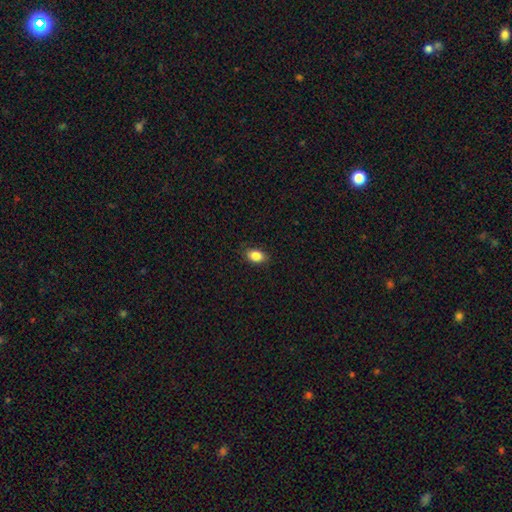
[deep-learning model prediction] smooth_or_featured: smooth (p=0.86) [alt: star or artifact p=0.08]
how_rounded: in between (p=0.83) [alt: round p=0.16]
merging: none (p=0.86) [alt: minor disturbance p=0.11]